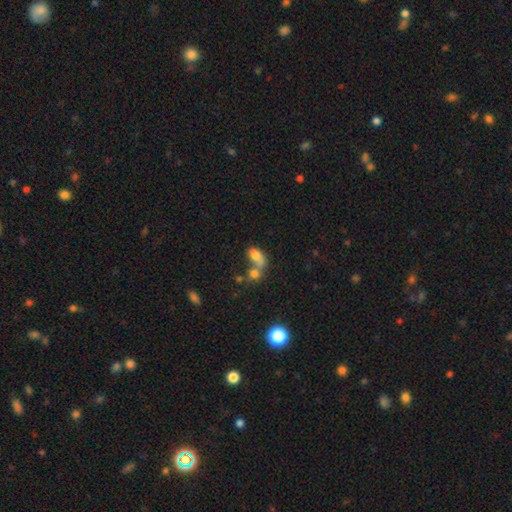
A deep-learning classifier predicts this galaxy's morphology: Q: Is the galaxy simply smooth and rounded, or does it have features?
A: smooth — 71%.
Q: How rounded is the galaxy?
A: in between — 81%.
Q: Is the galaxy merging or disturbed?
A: merger — 63%.